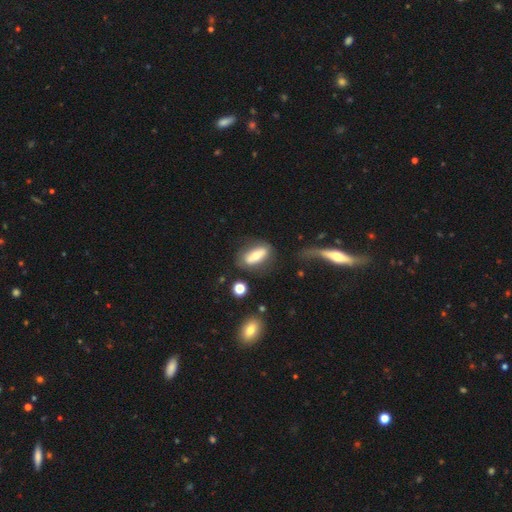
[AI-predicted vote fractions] Overall: smooth (51%; featured or disk 41%). How rounded: in between (71%). Merging: none (68%).